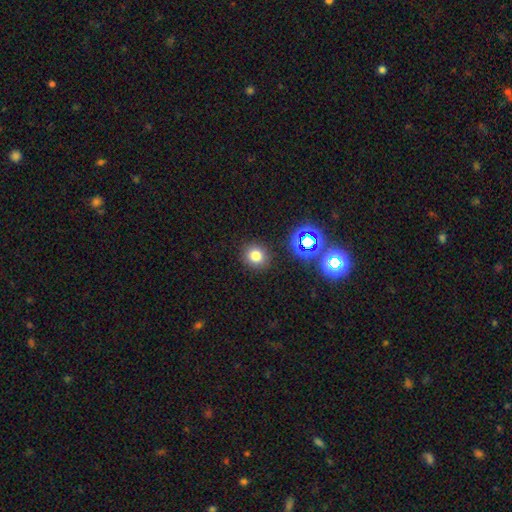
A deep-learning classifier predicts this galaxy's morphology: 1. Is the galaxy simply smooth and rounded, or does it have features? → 75% smooth, 18% star or artifact, 7% featured or disk.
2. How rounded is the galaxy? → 86% round, 13% in between, 1% cigar-shaped.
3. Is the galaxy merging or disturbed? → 89% none, 7% minor disturbance, 2% major disturbance, 2% merger.